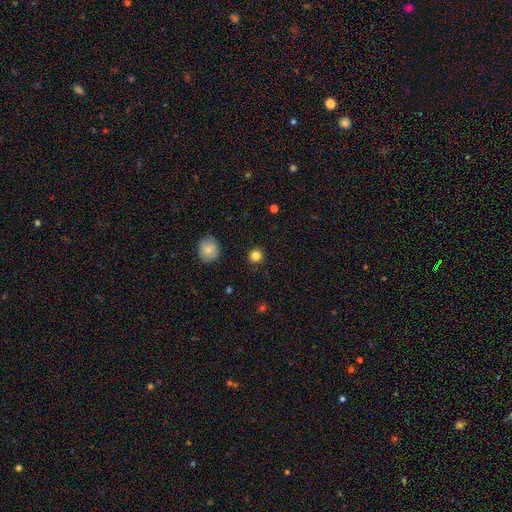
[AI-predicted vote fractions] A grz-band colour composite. It shows a smooth galaxy with no disk features (83%) that is round (94%). Merging: none (90%).